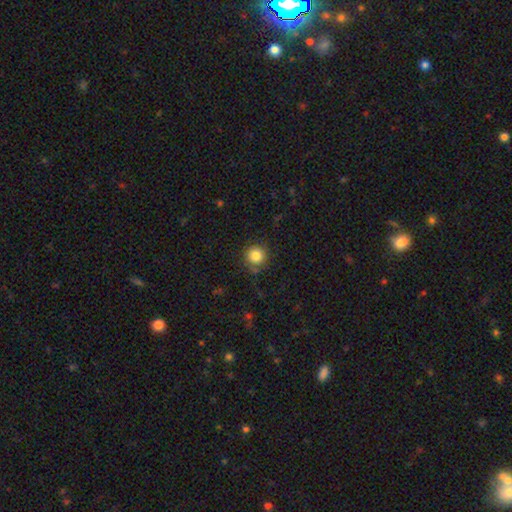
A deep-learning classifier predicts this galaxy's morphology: Smooth or featured: smooth — 84% (star or artifact — 10%)
How rounded: round — 94% (in between — 5%)
Merging: none — 81% (minor disturbance — 13%)